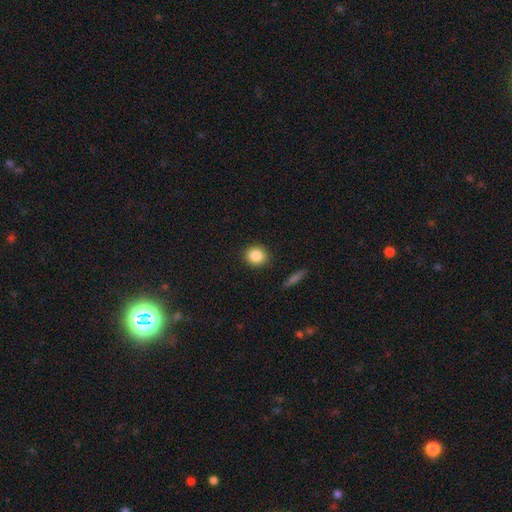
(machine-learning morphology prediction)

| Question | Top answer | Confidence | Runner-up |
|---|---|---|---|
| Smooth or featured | smooth | 86% | star or artifact (9%) |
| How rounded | round | 81% | in between (17%) |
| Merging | none | 90% | minor disturbance (6%) |